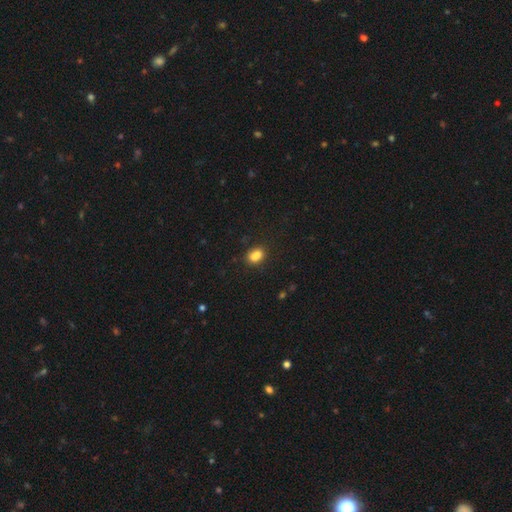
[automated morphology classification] The model was most divided on "merging": none: 49%, merger: 33%, minor disturbance: 13%, major disturbance: 4%. More confident: smooth or featured — smooth (78%); how rounded — in between (57%).